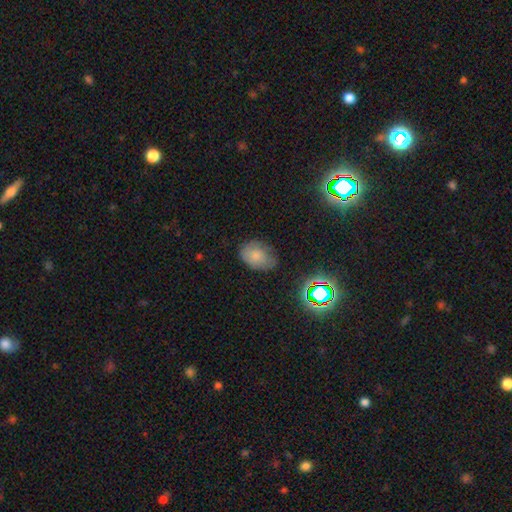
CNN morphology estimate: smooth 74%, featured or disk 14%, star or artifact 13%. Down the decision tree: how rounded — in between (78%); merging — none (62%).